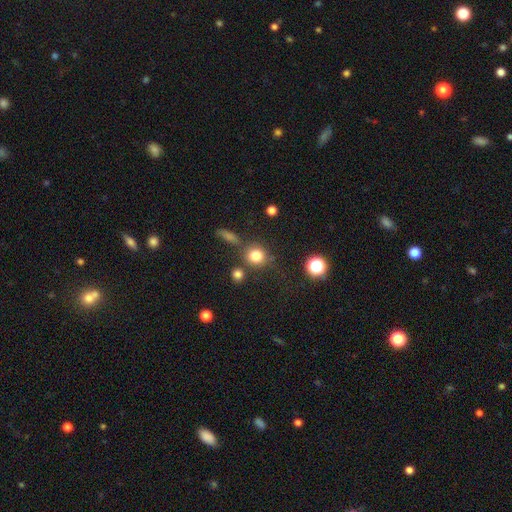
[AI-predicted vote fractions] Overall: smooth (78%). How rounded: round (86%). Merging: none (72%).